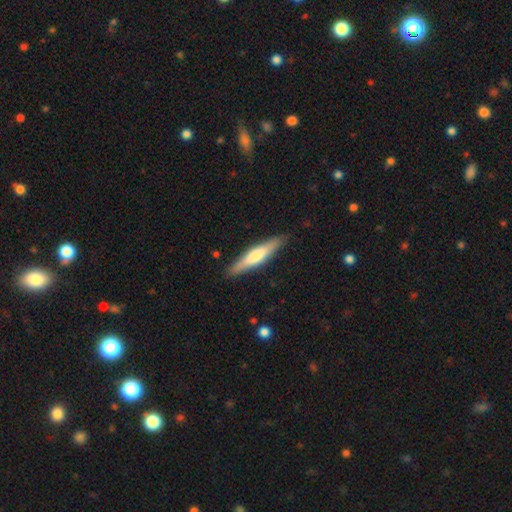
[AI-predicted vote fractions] Overall: smooth (56%; featured or disk 39%). How rounded: cigar-shaped (86%). Merging: none (88%).